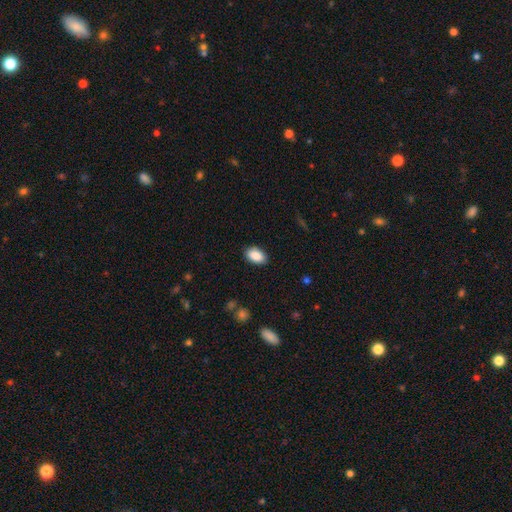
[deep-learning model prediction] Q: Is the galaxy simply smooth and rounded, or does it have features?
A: smooth — 89%.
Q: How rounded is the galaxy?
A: in between — 93%.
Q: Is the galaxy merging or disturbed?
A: none — 87%.